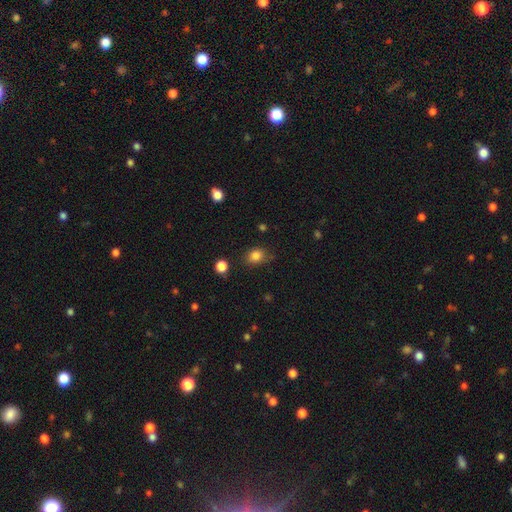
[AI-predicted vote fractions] smooth 84%, star or artifact 11%, featured or disk 5%. Down the decision tree: how rounded — in between (52%); merging — none (72%).